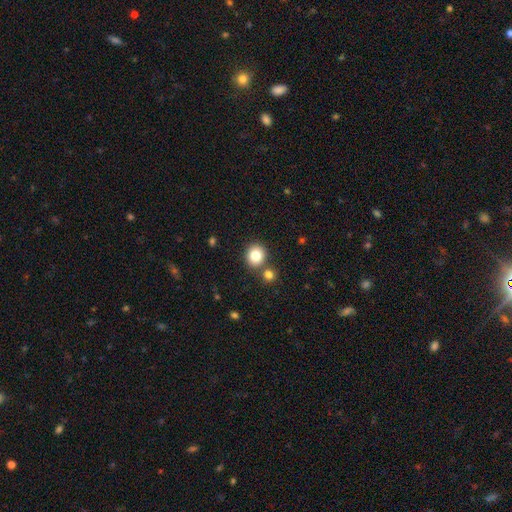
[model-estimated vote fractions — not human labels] A smooth galaxy with no disk features (82%) that is round (81%). Merging: none (76%).